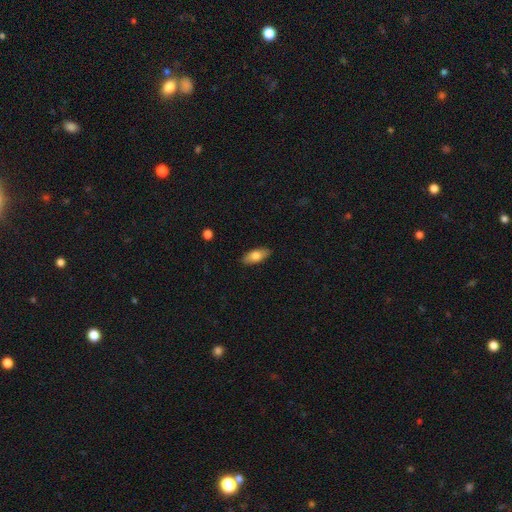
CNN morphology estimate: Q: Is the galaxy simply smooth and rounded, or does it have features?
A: smooth — 75%.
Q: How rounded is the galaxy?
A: in between — 83%.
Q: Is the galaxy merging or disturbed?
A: none — 87%.